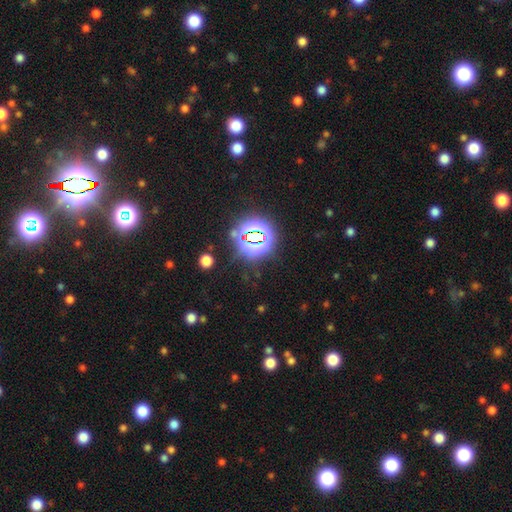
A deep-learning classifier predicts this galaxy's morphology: Overall: star or artifact (82%).